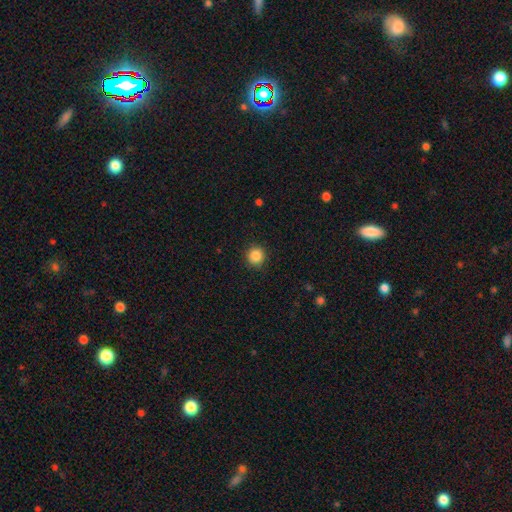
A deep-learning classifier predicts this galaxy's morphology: Q: Smooth or featured?
A: smooth (87%); runner-up: star or artifact (10%)
Q: How rounded?
A: round (94%); runner-up: in between (5%)
Q: Merging?
A: none (91%); runner-up: minor disturbance (6%)